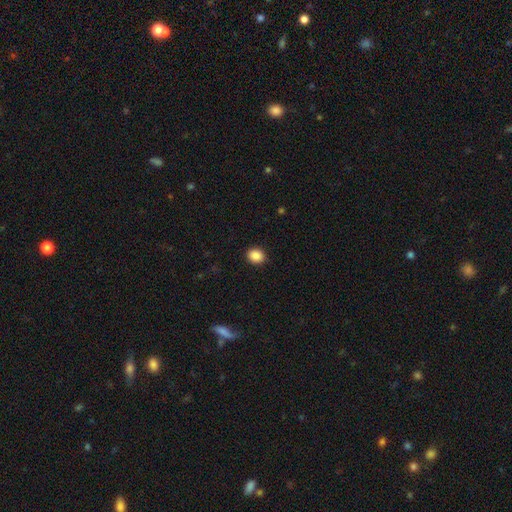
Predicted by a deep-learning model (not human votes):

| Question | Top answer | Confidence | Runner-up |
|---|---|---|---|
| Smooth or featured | smooth | 88% | star or artifact (9%) |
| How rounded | round | 58% | in between (41%) |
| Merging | none | 90% | minor disturbance (7%) |